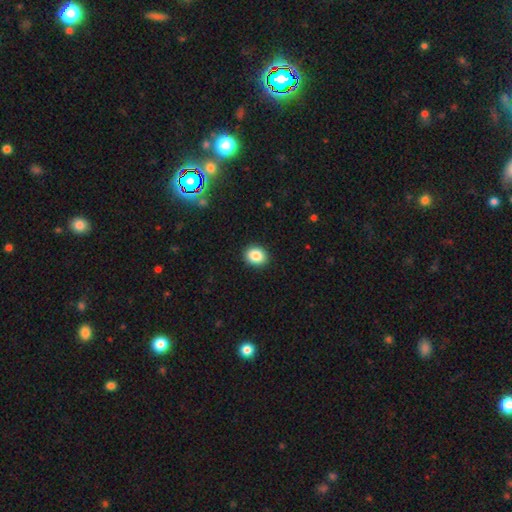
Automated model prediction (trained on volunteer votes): Smooth or featured: smooth — 87% (star or artifact — 9%)
How rounded: round — 59% (in between — 40%)
Merging: none — 91% (minor disturbance — 6%)